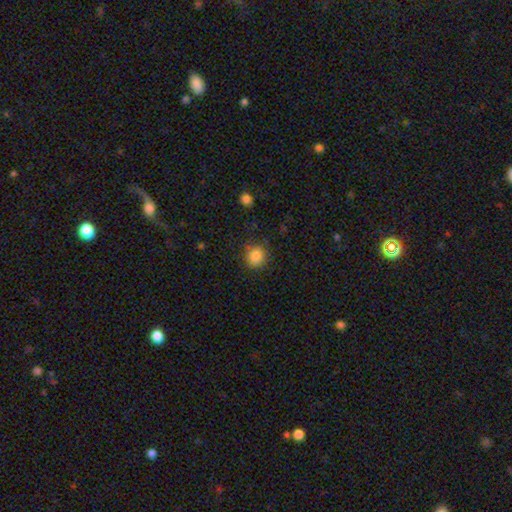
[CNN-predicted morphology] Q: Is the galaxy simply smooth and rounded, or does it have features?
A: smooth — 84%.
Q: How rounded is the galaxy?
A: round — 87%.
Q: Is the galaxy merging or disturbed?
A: none — 82%.